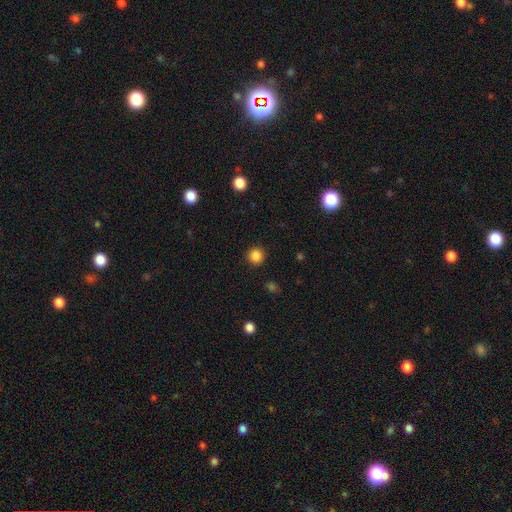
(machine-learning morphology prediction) Smooth or featured? Predicted: smooth (p=0.85). How rounded? Predicted: round (p=0.95). Merging? Predicted: none (p=0.92).